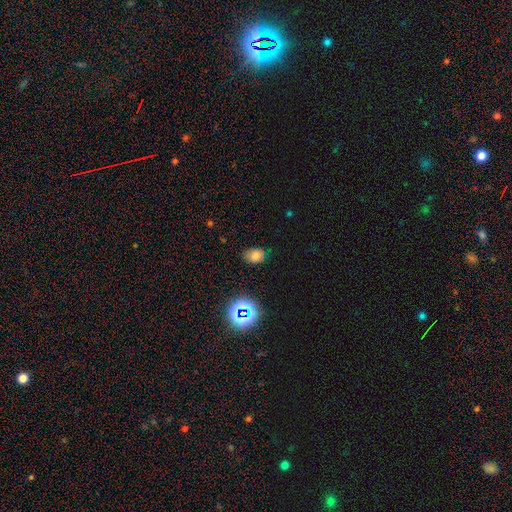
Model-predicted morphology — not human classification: Smooth or featured? smooth (72%)
How rounded? in between (69%)
Merging? none (71%)